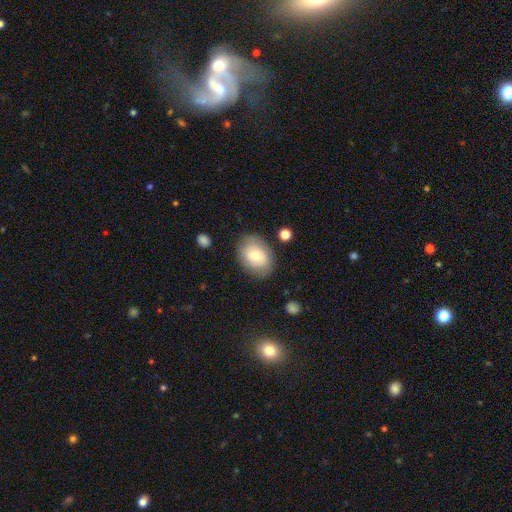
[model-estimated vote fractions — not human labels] Morphology: type=smooth (63%); roundness=in between (65%); merging=none (79%).